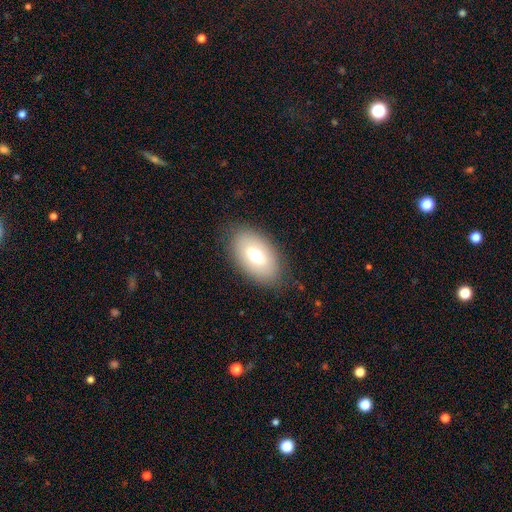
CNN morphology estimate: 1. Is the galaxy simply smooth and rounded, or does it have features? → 70% smooth, 22% featured or disk, 9% star or artifact.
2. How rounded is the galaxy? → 91% in between, 8% round, 1% cigar-shaped.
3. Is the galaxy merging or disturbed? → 83% none, 12% minor disturbance, 5% major disturbance, 1% merger.